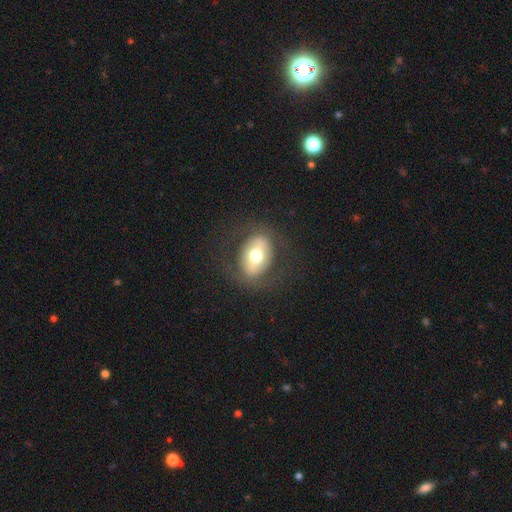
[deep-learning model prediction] Overall: smooth (51%; featured or disk 41%). How rounded: in between (66%; round 33%). Merging: none (79%).